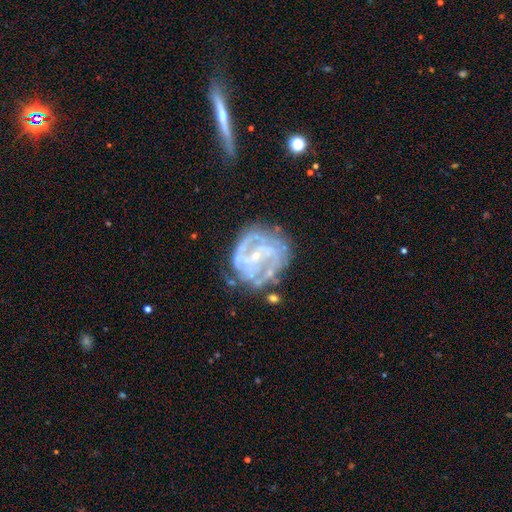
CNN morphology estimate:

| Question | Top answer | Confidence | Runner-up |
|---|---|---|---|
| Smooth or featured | featured or disk | 82% | smooth (11%) |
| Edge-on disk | no | 98% | yes (2%) |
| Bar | no | 52% | weak (33%) |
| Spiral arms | yes | 78% | no (22%) |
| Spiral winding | tight | 54% | medium (33%) |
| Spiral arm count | can't tell | 37% | 2 (30%) |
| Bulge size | small | 79% | moderate (15%) |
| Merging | none | 58% | minor disturbance (22%) |